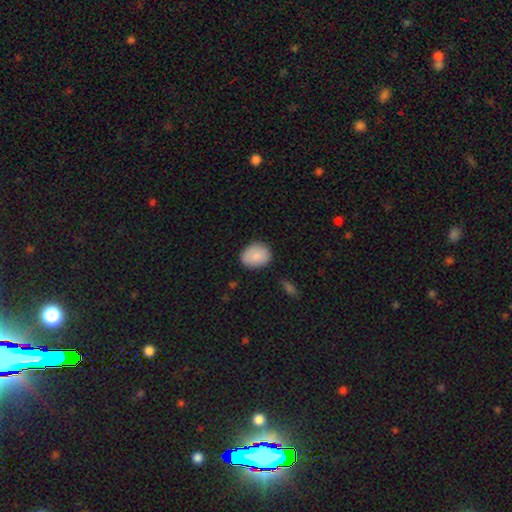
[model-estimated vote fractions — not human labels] This appears to be a smooth galaxy with no disk features (85%) that is in between round and cigar-shaped (56%). Merging: none (80%).